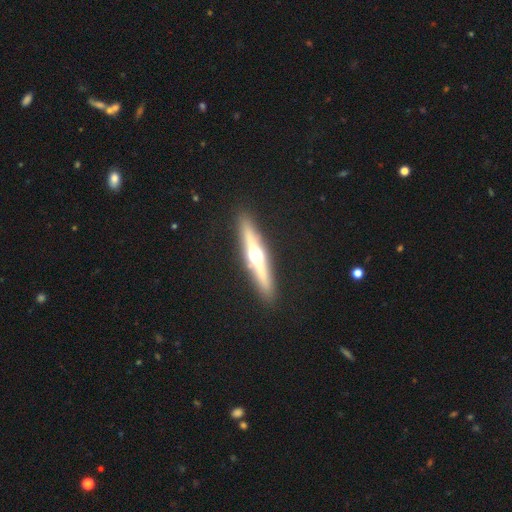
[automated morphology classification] Q: Smooth or featured?
A: featured or disk (67%); runner-up: smooth (26%)
Q: Edge-on disk?
A: yes (96%); runner-up: no (4%)
Q: Edge-on bulge?
A: rounded (95%); runner-up: none (3%)
Q: Merging?
A: none (90%); runner-up: minor disturbance (7%)